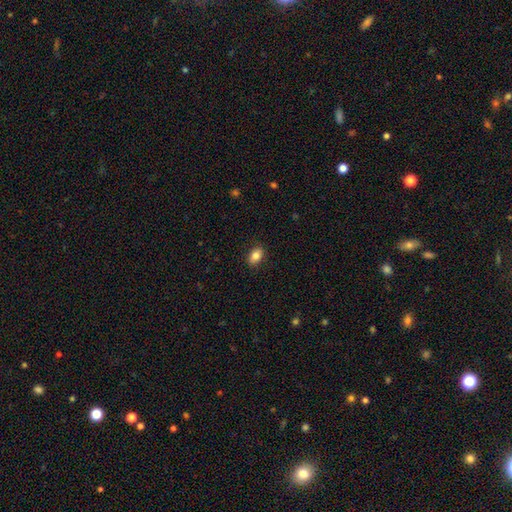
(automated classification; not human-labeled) This appears to be a smooth galaxy with no disk features (84%) that is in between round and cigar-shaped (85%). Merging: none (88%).